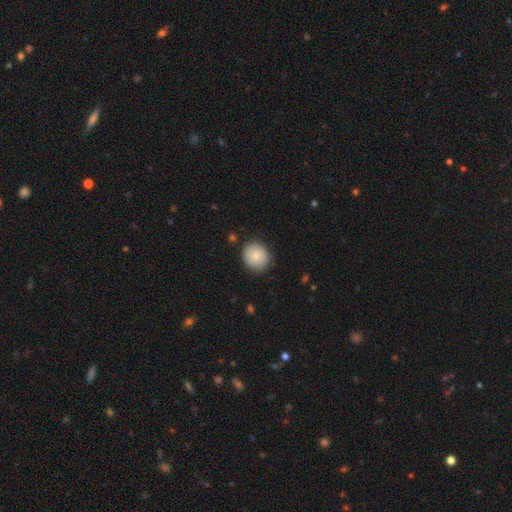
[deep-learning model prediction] Q: Smooth or featured?
A: smooth (83%); runner-up: featured or disk (10%)
Q: How rounded?
A: round (80%); runner-up: in between (19%)
Q: Merging?
A: none (85%); runner-up: minor disturbance (11%)